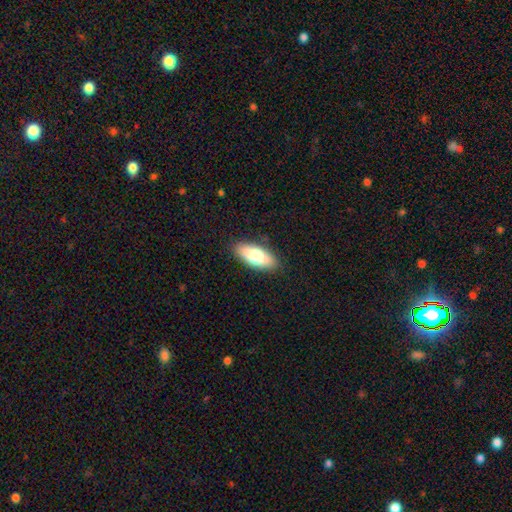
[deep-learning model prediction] Morphology: type=smooth (72%); roundness=in between (79%); merging=none (88%).